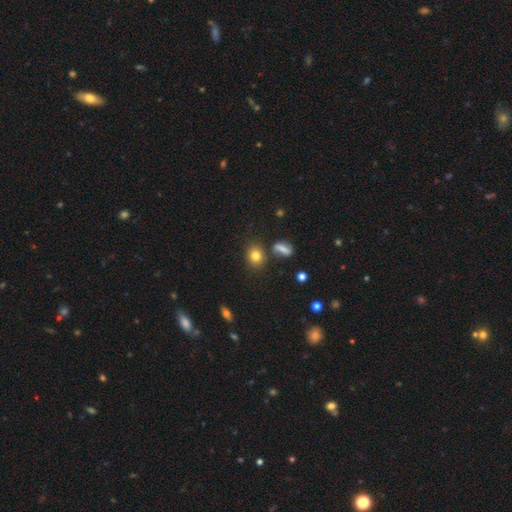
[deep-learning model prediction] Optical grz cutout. It shows a smooth galaxy with no disk features (80%) that is round (64%). Merging: none (76%).